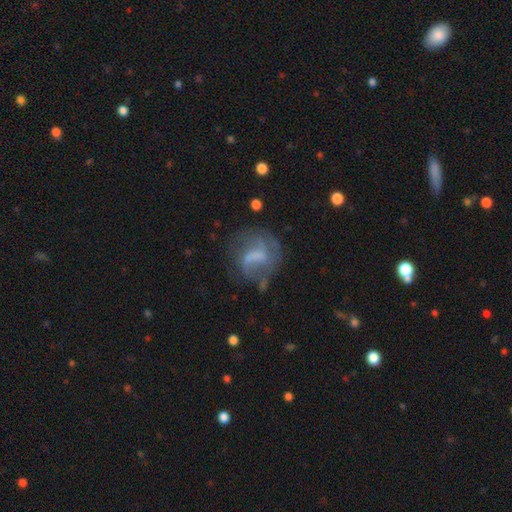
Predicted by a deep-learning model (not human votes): Morphology: type=featured or disk (57%); edge-on=no (97%); bar=weak (42%); spiral arms=yes (62%); bulge=none (51%); merging=none (48%).